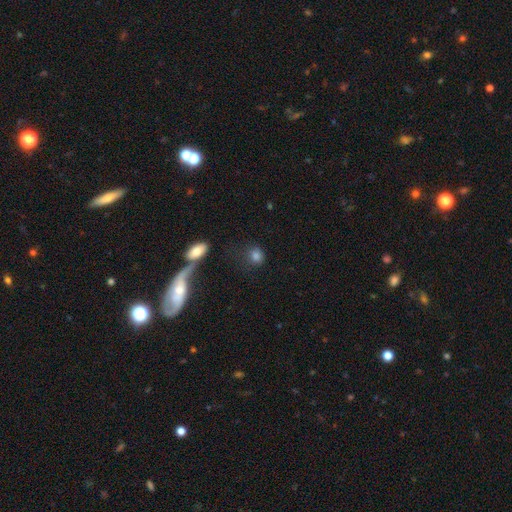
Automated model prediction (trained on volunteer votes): Smooth or featured: smooth — 81% (star or artifact — 11%)
How rounded: round — 68% (in between — 29%)
Merging: none — 65% (minor disturbance — 15%)